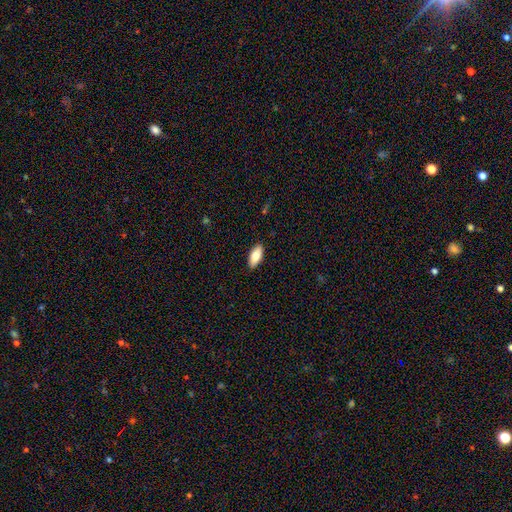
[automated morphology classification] This appears to be a smooth galaxy with no disk features (79%) that is in between round and cigar-shaped (87%). Merging: none (90%).